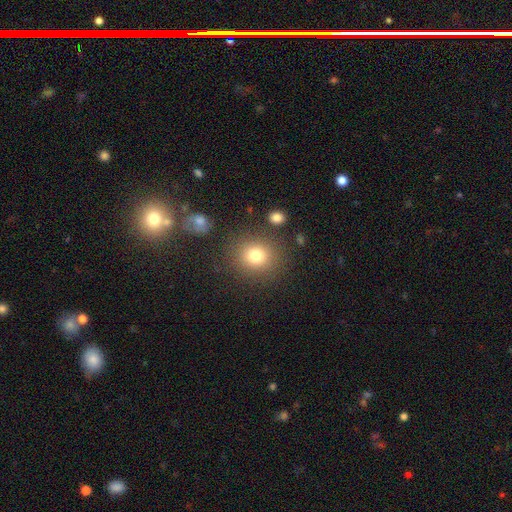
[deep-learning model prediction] The model was most divided on "how rounded": round: 80%, in between: 19%, cigar-shaped: 1%. More confident: merging — none (82%); smooth or featured — smooth (78%).